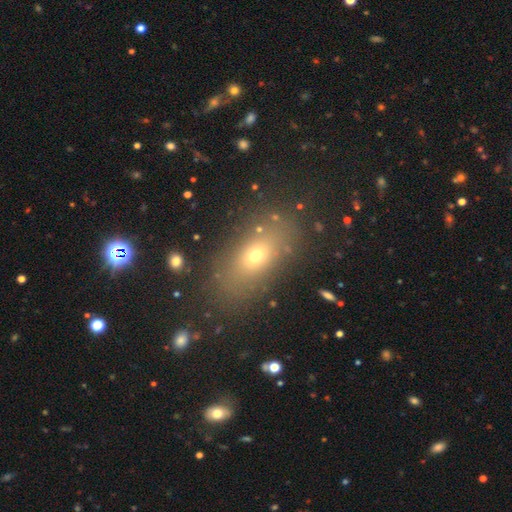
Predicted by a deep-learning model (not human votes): smooth 63%, star or artifact 20%, featured or disk 17%. Down the decision tree: how rounded — in between (77%); merging — none (82%).